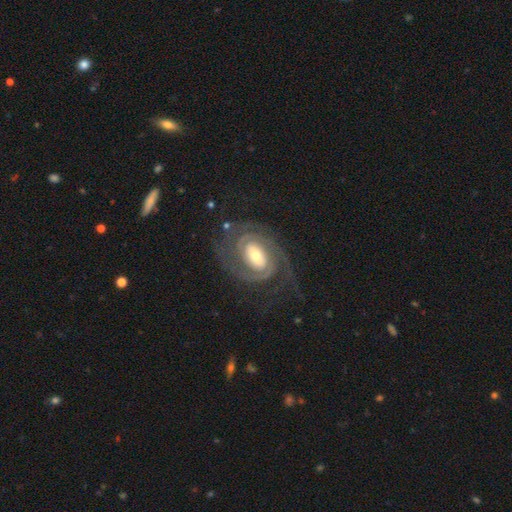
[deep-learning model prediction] Q: Smooth or featured?
A: featured or disk (90%); runner-up: smooth (5%)
Q: Edge-on disk?
A: no (97%); runner-up: yes (3%)
Q: Bar?
A: weak (40%); runner-up: no (38%)
Q: Spiral arms?
A: yes (97%); runner-up: no (3%)
Q: Spiral winding?
A: tight (60%); runner-up: medium (32%)
Q: Spiral arm count?
A: 2 (69%); runner-up: can't tell (10%)
Q: Bulge size?
A: moderate (53%); runner-up: small (31%)
Q: Merging?
A: none (72%); runner-up: minor disturbance (14%)